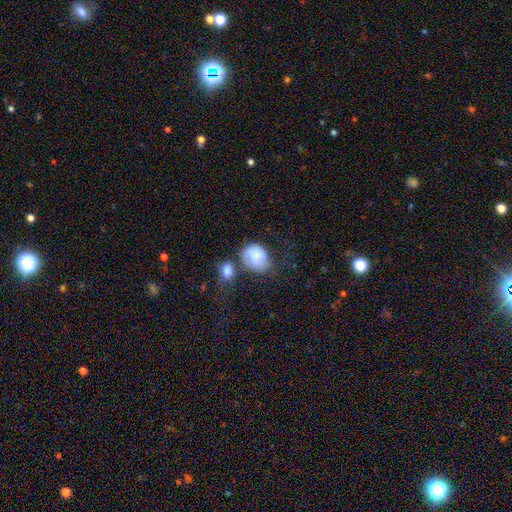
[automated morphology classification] Smooth or featured?
  - smooth: 69% *
  - featured or disk: 23%
  - star or artifact: 8%
How rounded?
  - in between: 52% *
  - round: 47%
  - cigar-shaped: 1%
Merging?
  - none: 32% *
  - minor disturbance: 26%
  - merger: 23%
  - major disturbance: 19%